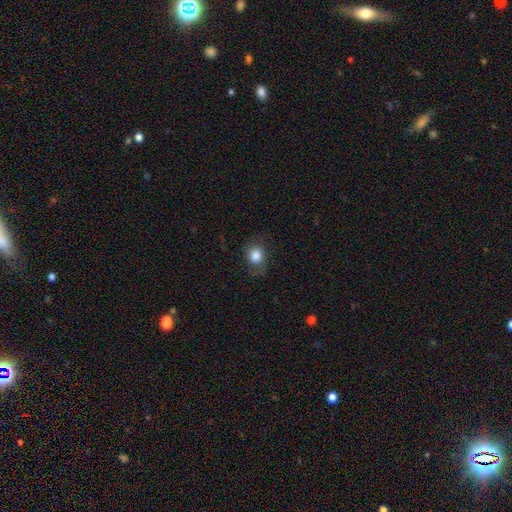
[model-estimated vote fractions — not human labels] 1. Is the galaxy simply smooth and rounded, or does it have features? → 81% smooth, 10% featured or disk, 9% star or artifact.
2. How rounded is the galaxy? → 65% round, 34% in between, 1% cigar-shaped.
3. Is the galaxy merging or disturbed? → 74% none, 17% minor disturbance, 7% major disturbance, 1% merger.